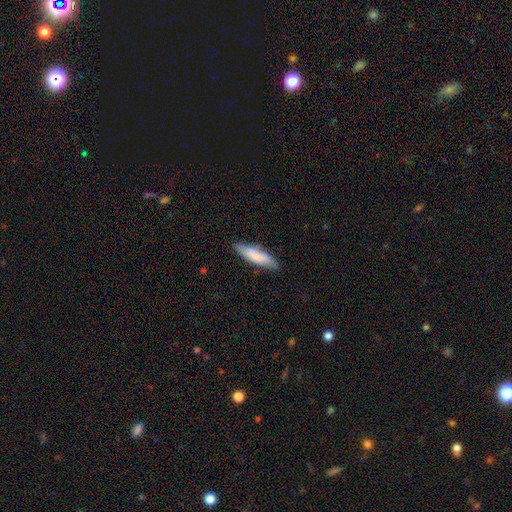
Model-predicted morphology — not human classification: This is likely a smooth galaxy (76%). How rounded: likely cigar-shaped (68%). Merging: likely none (79%).